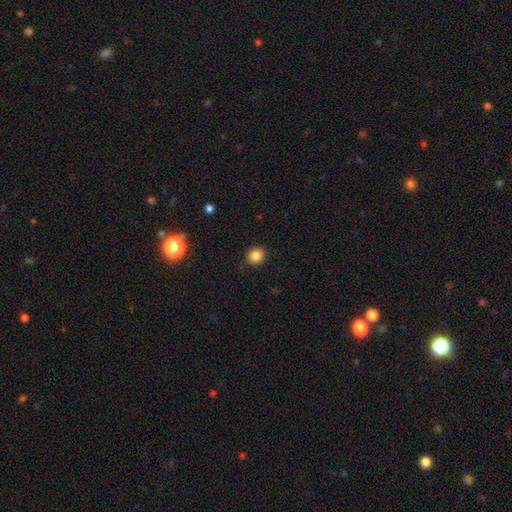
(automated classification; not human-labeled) The model was most divided on "how rounded": round: 86%, in between: 13%, cigar-shaped: 1%. More confident: merging — none (90%); smooth or featured — smooth (85%).